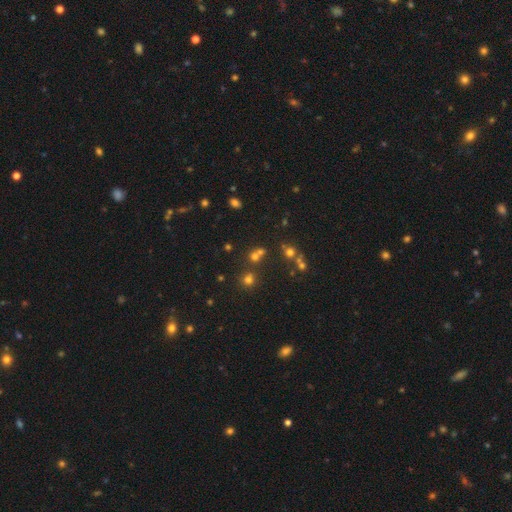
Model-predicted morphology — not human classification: The model was most divided on "smooth or featured": smooth: 57%, star or artifact: 31%, featured or disk: 11%. More confident: how rounded — round (82%); merging — none (59%).